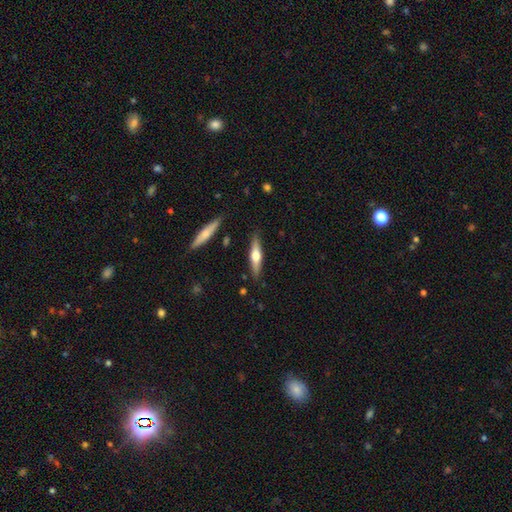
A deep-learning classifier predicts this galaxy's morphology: The model was most divided on "smooth or featured": featured or disk: 57%, smooth: 38%, star or artifact: 6%. More confident: edge-on disk — yes (95%); edge-on bulge — rounded (93%); merging — none (87%).